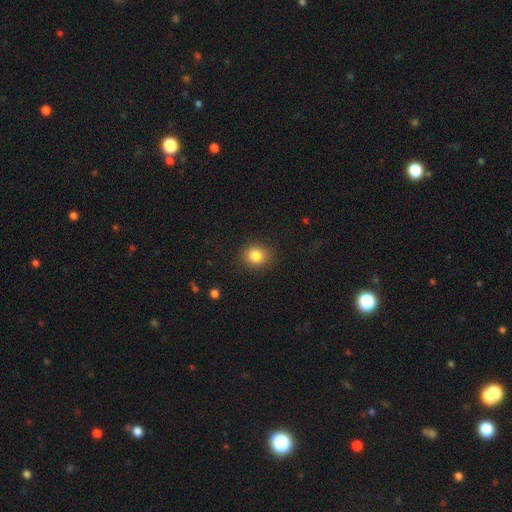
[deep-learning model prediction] smooth_or_featured: smooth (p=0.84) [alt: star or artifact p=0.10]
how_rounded: round (p=0.72) [alt: in between p=0.27]
merging: none (p=0.88) [alt: minor disturbance p=0.08]